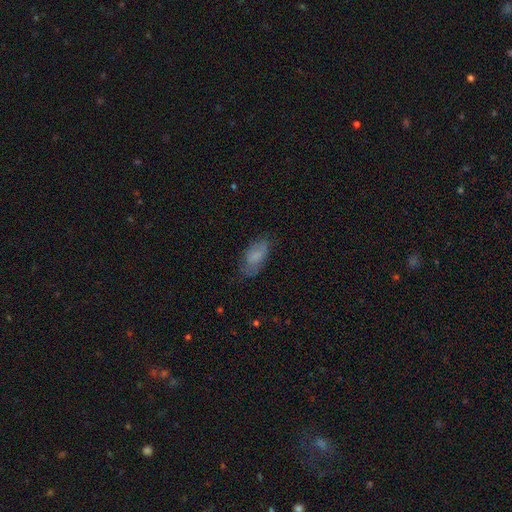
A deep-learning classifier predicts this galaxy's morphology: Q: Smooth or featured?
A: smooth (73%); runner-up: featured or disk (19%)
Q: How rounded?
A: in between (89%); runner-up: cigar-shaped (8%)
Q: Merging?
A: none (65%); runner-up: minor disturbance (24%)